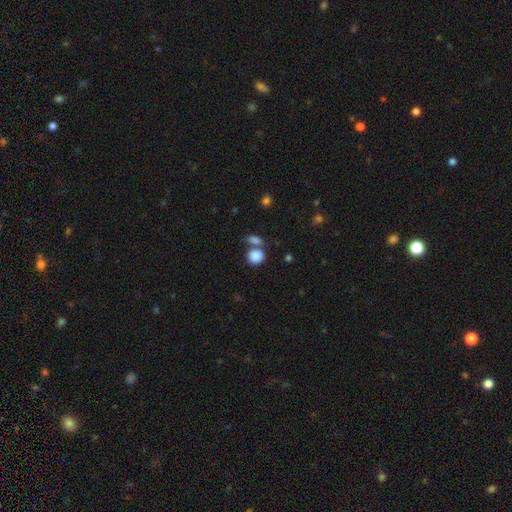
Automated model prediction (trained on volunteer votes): smooth 86%, star or artifact 9%, featured or disk 5%. Down the decision tree: how rounded — round (72%); merging — none (51%).